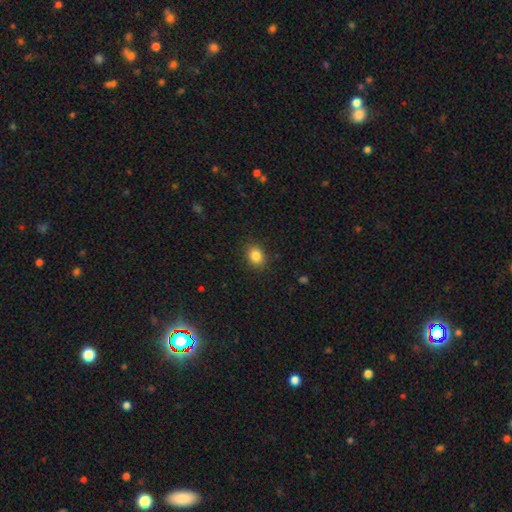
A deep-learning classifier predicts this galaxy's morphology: Smooth or featured? Predicted: smooth (p=0.85). How rounded? Predicted: in between (p=0.52). Merging? Predicted: none (p=0.88).